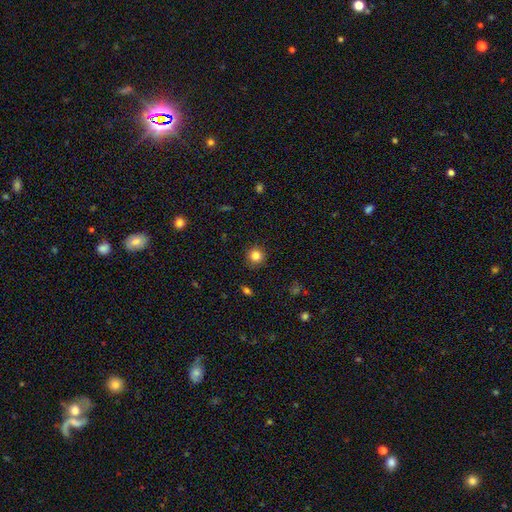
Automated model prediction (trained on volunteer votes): Morphology: type=smooth (83%); roundness=round (94%); merging=none (91%).